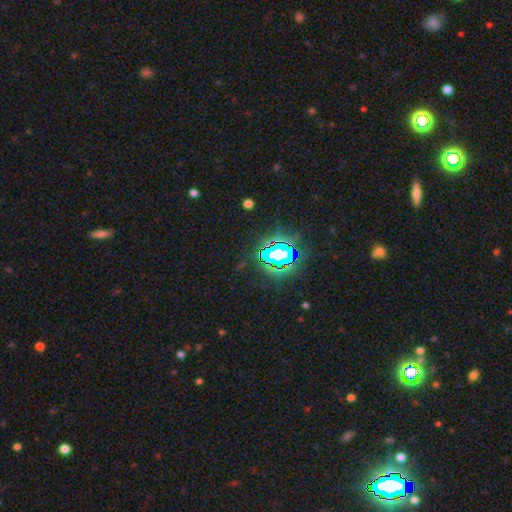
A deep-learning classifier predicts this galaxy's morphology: This appears to be a star or artifact, not a galaxy (81%).